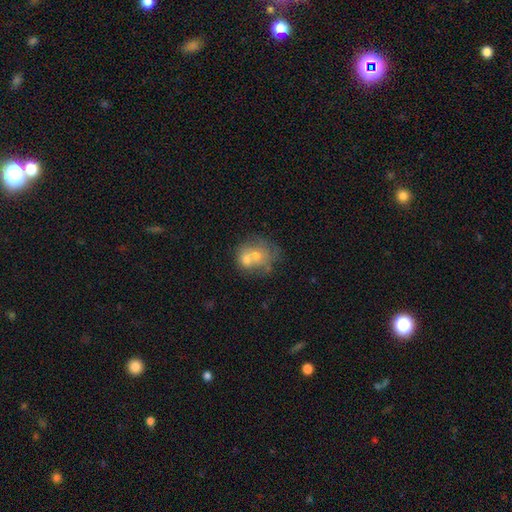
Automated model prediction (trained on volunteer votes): This is possibly a smooth galaxy (57%). How rounded: likely round (64%). Merging: possibly merger (59%).